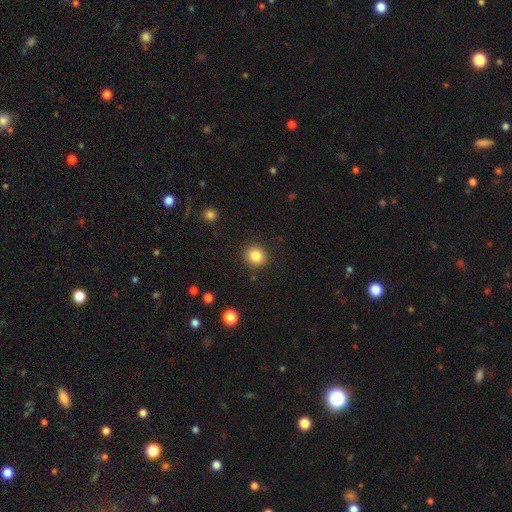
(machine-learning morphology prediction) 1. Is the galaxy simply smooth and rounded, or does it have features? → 84% smooth, 11% star or artifact, 6% featured or disk.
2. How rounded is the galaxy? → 89% round, 10% in between, 1% cigar-shaped.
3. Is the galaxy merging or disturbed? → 90% none, 6% minor disturbance, 2% major disturbance, 1% merger.